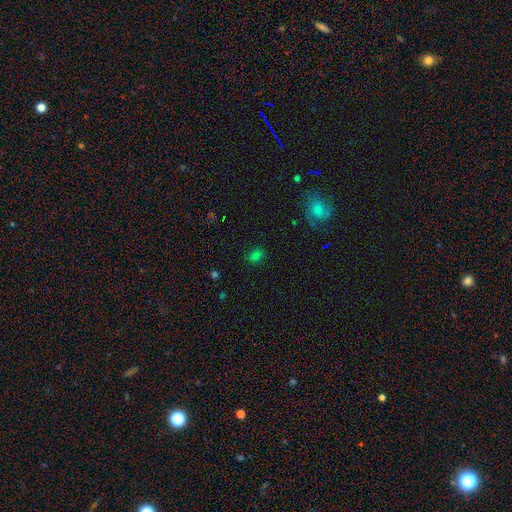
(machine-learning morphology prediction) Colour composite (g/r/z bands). It shows a smooth galaxy with no disk features (70%) that is round (53%). Merging: none (82%).